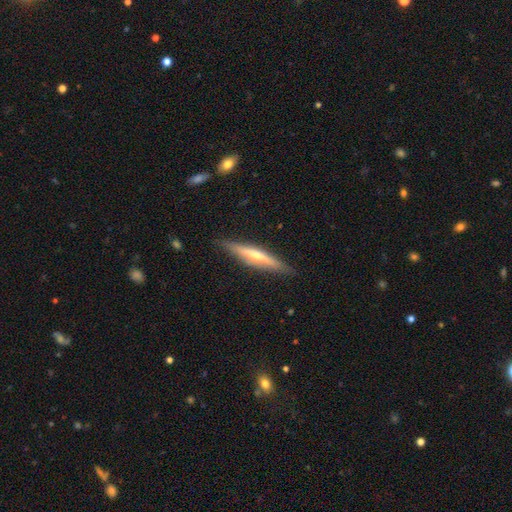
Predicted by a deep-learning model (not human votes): This is likely a featured or disk galaxy (66%). It is clearly viewed edge-on (96%). Edge-on bulge: likely rounded (77%). Merging: clearly none (89%).